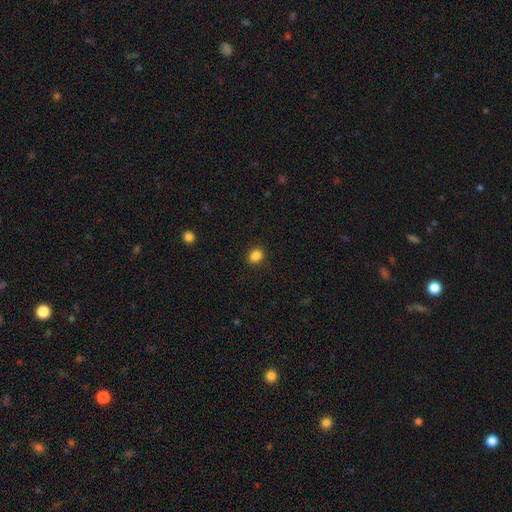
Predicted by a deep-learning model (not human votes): This appears to be a smooth galaxy with no disk features (86%) that is round (53%). Merging: none (90%).